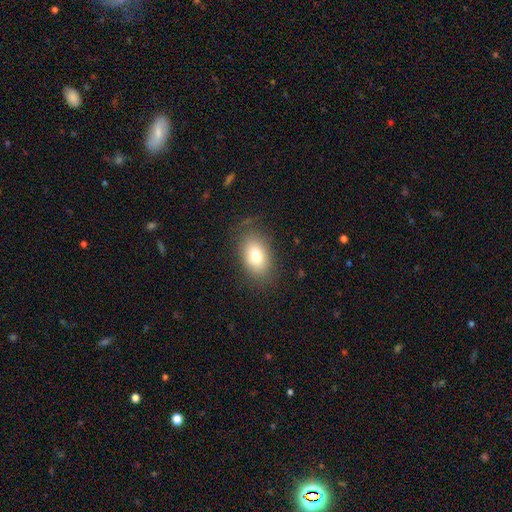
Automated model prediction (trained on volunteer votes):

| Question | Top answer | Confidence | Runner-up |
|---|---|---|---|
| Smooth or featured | smooth | 77% | featured or disk (13%) |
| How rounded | in between | 84% | round (14%) |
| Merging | none | 79% | minor disturbance (15%) |